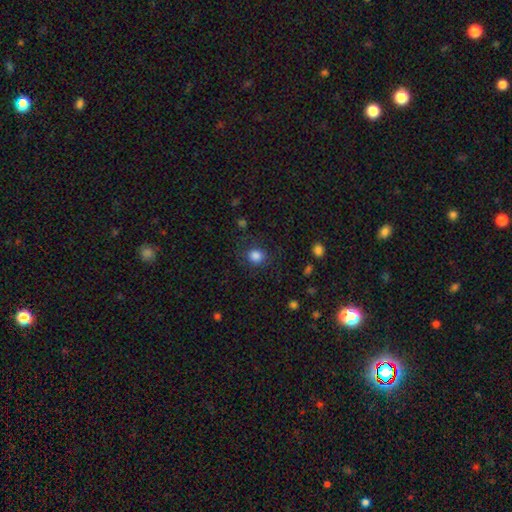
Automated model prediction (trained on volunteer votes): The model was most divided on "how rounded": round: 77%, in between: 22%, cigar-shaped: 1%. More confident: smooth or featured — smooth (84%); merging — none (79%).